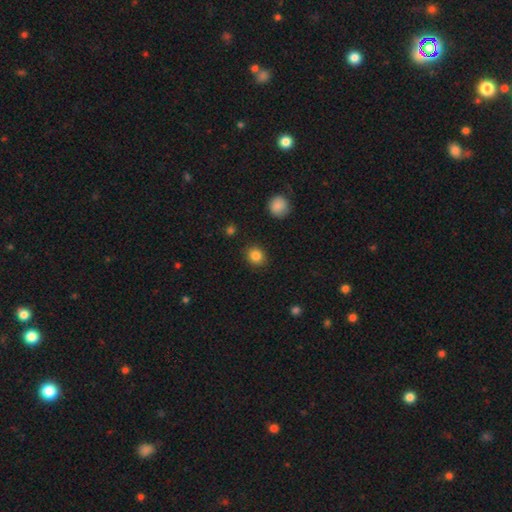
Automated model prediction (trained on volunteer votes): Overall: smooth (85%). How rounded: round (78%). Merging: none (89%).